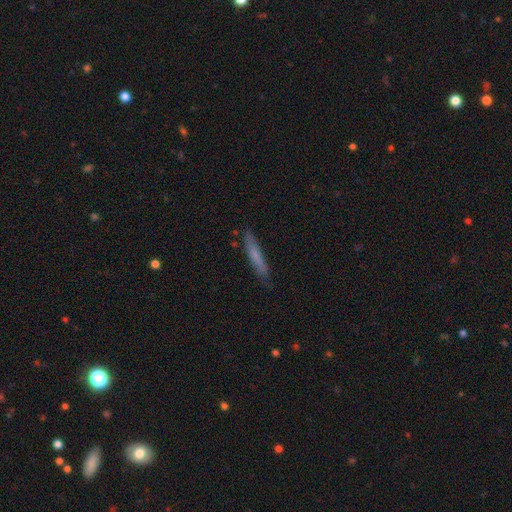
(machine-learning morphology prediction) Smooth or featured: smooth — 64% (featured or disk — 29%)
How rounded: cigar-shaped — 91% (in between — 7%)
Merging: none — 81% (minor disturbance — 15%)